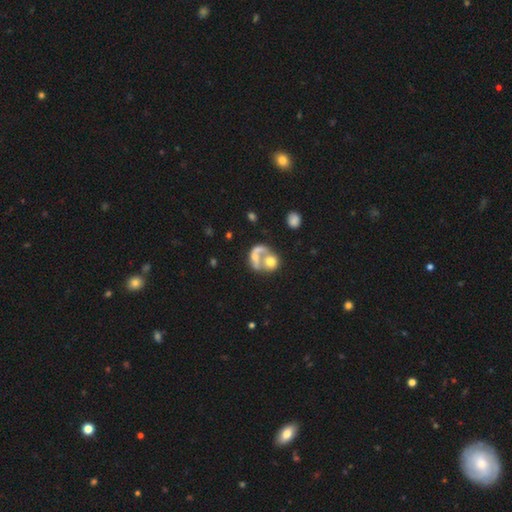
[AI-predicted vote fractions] A featured or disk galaxy (46%).

Vote fractions:
- Smooth or featured? featured or disk: 46% / smooth: 43% / star or artifact: 11%
- Merging? merger: 59% / none: 17% / major disturbance: 17% / minor disturbance: 8%